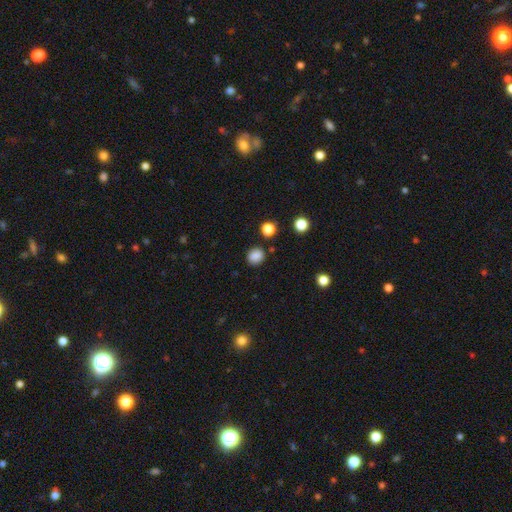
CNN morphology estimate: This is clearly a smooth galaxy (85%). How rounded: likely round (74%). Merging: clearly none (84%).